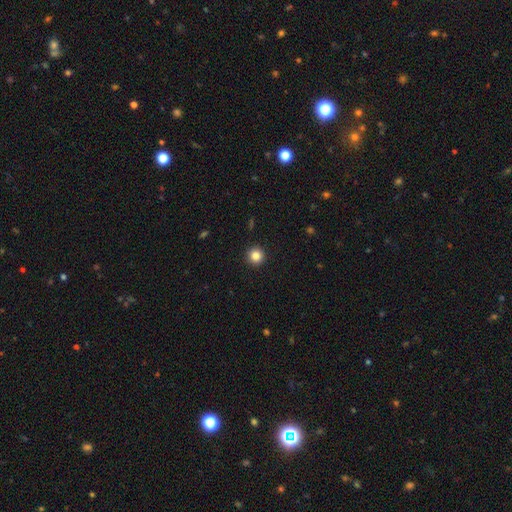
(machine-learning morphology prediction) type=smooth (85%); roundness=round (96%); merging=none (93%).